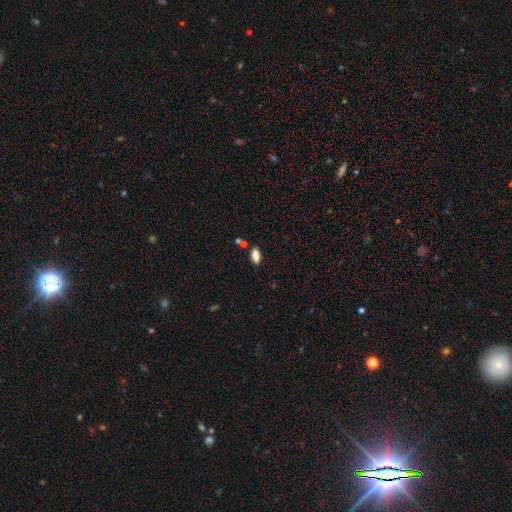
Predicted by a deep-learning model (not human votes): This appears to be a smooth galaxy with no disk features (83%) that is in between round and cigar-shaped (86%). Merging: none (77%).